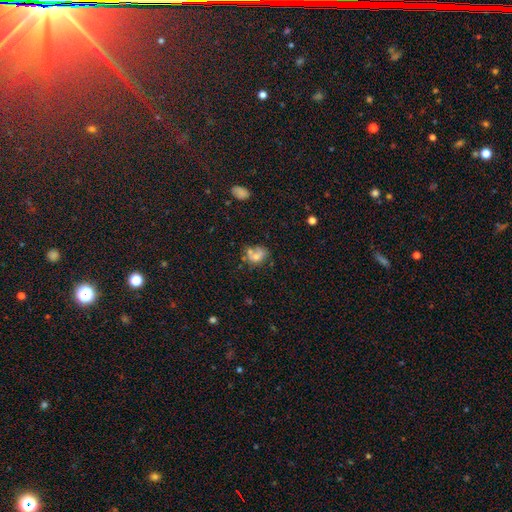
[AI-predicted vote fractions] Smooth or featured? Predicted: smooth (p=0.59). How rounded? Predicted: in between (p=0.57). Merging? Predicted: none (p=0.36).